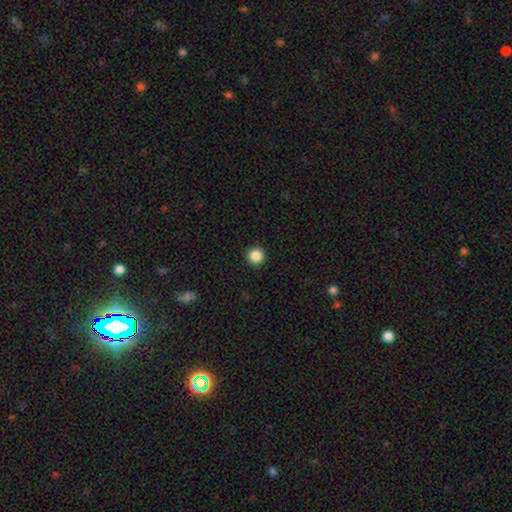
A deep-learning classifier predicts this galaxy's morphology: Smooth or featured: smooth — 87% (star or artifact — 10%)
How rounded: round — 96% (in between — 3%)
Merging: none — 94% (minor disturbance — 4%)